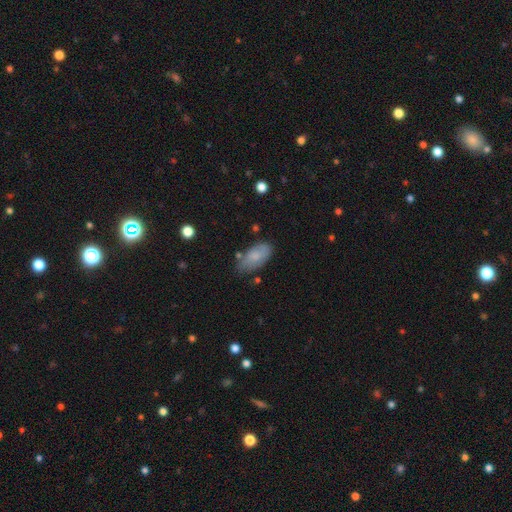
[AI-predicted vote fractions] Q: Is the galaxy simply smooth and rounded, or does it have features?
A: smooth — 80%.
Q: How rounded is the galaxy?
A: in between — 92%.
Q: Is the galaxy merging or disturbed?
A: none — 71%.